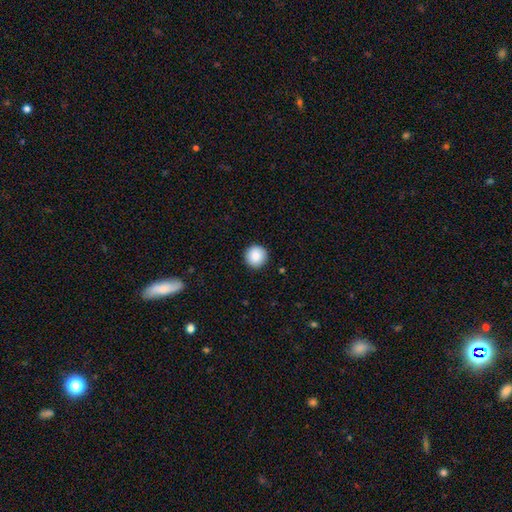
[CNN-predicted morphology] Smooth or featured: smooth — 88% (star or artifact — 8%)
How rounded: round — 96% (in between — 3%)
Merging: none — 93% (minor disturbance — 5%)